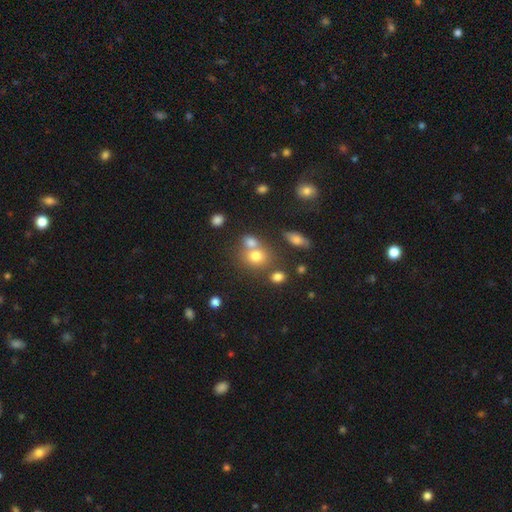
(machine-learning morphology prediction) Smooth or featured: smooth — 73% (star or artifact — 14%)
How rounded: round — 64% (in between — 35%)
Merging: none — 46% (merger — 38%)